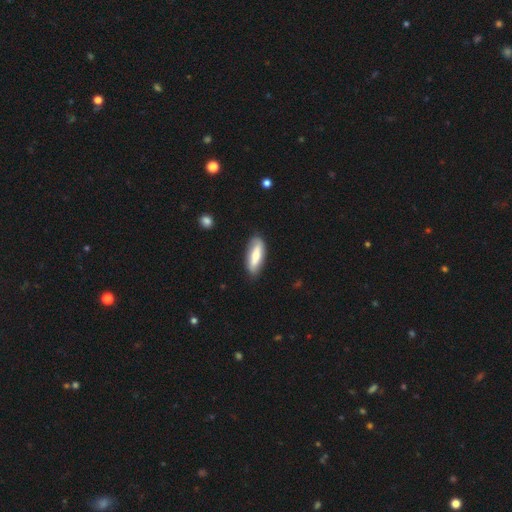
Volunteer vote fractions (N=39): Overall: smooth (64%; featured or disk 33%). How rounded: cigar-shaped (52%; in between 48%). Merging: none (79%).